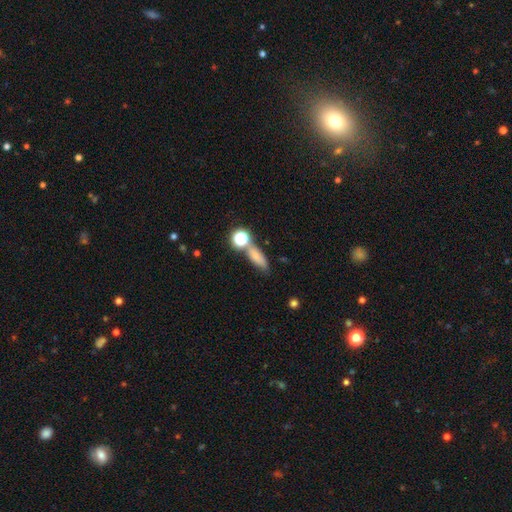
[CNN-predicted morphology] Q: Smooth or featured?
A: smooth (72%); runner-up: star or artifact (15%)
Q: How rounded?
A: in between (50%); runner-up: cigar-shaped (35%)
Q: Merging?
A: none (59%); runner-up: merger (20%)